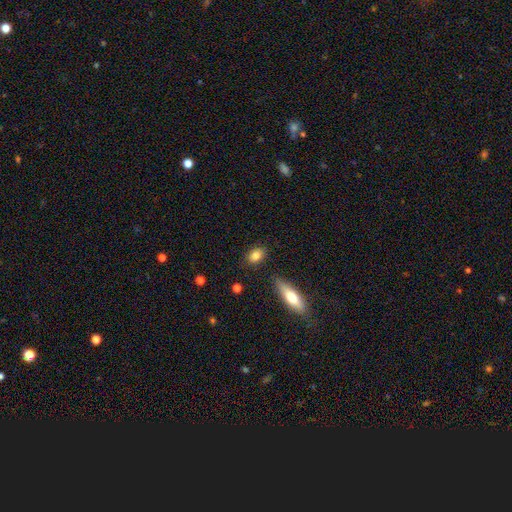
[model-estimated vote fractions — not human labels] Smooth or featured? smooth (82%)
How rounded? in between (76%)
Merging? none (84%)